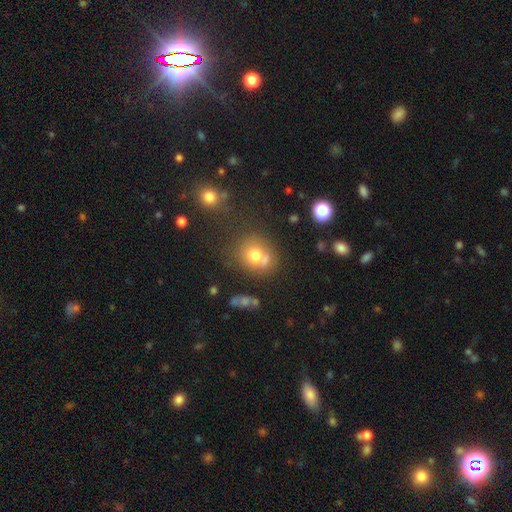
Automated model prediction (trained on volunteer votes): The model was most divided on "merging": none: 50%, merger: 29%, minor disturbance: 14%, major disturbance: 7%. More confident: how rounded — round (77%); smooth or featured — smooth (70%).